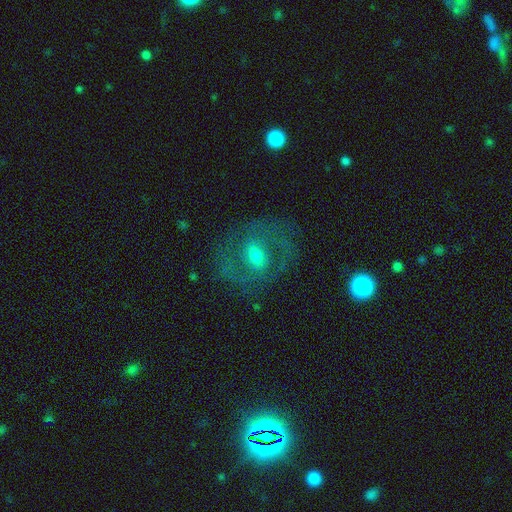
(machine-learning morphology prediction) This is likely a featured or disk galaxy (74%). It is clearly not viewed edge-on (96%). Bar: possibly weak (52%). Spiral arm pattern: likely yes (78%). Spiral arm count: clearly 2 (81%). Spiral winding: possibly medium (53%). Central bulge: possibly moderate (57%). Merging: likely none (74%).